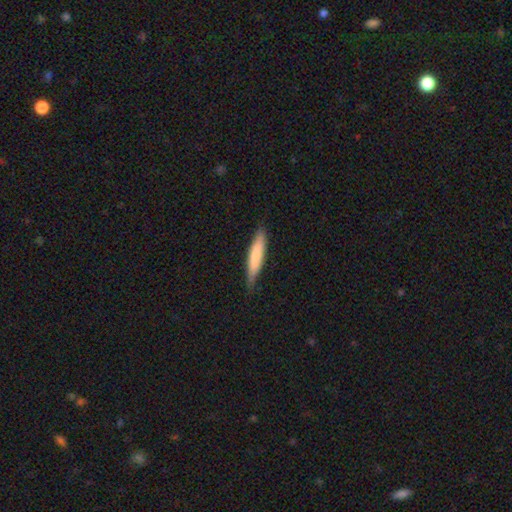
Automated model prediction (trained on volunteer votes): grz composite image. It shows a smooth galaxy with no disk features (76%) that is cigar-shaped (88%). Merging: none (80%).